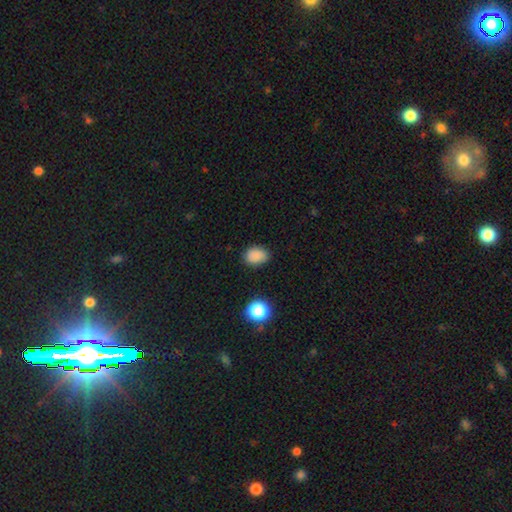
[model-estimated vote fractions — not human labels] Smooth or featured? smooth (85%)
How rounded? in between (66%)
Merging? none (79%)